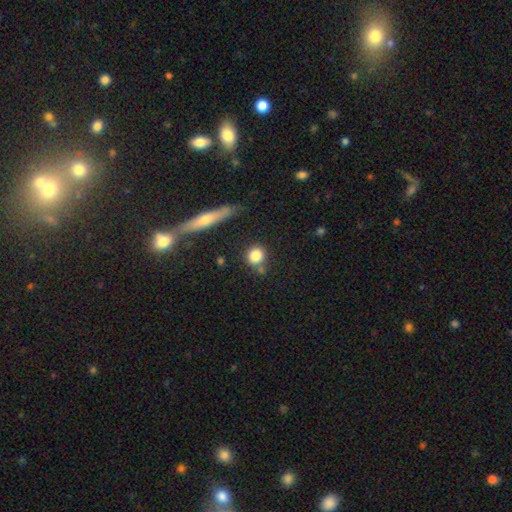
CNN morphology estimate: Overall: smooth (83%). How rounded: round (84%). Merging: none (73%).